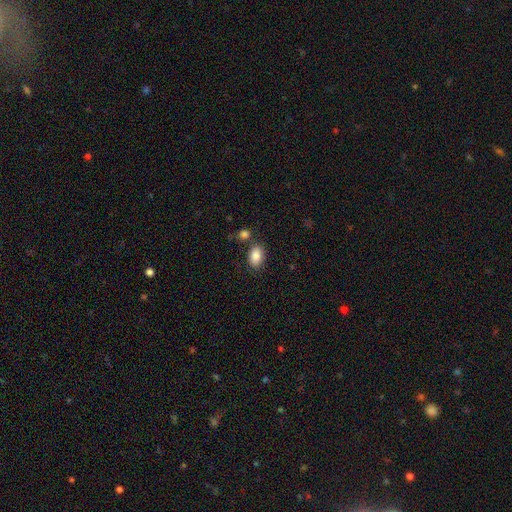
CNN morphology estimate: type=smooth (87%); roundness=in between (86%); merging=none (74%).